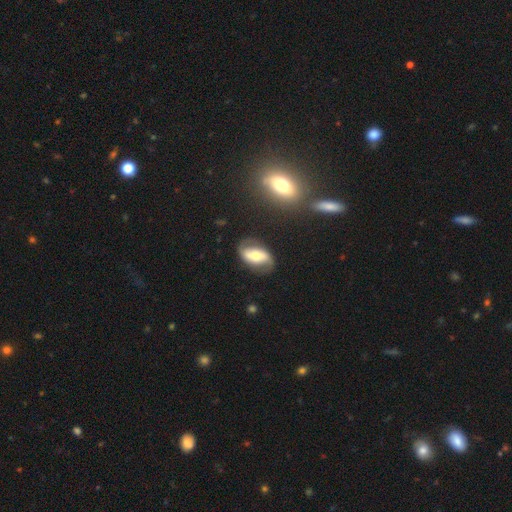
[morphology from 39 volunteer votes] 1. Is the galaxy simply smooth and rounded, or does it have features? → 56% featured or disk, 44% smooth, 0% star or artifact.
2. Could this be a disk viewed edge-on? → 82% no, 18% yes.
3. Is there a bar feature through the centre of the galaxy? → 44% strong, 39% weak, 17% no.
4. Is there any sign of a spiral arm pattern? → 78% yes, 22% no.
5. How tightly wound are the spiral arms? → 50% loose, 43% medium, 7% tight.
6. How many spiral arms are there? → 100% 2, 0% 1, 0% 3, 0% 4, 0% more than 4, 0% can't tell.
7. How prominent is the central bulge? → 61% moderate, 22% large, 11% small, 6% dominant, 0% none.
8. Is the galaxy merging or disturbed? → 67% none, 15% minor disturbance, 15% major disturbance, 3% merger.